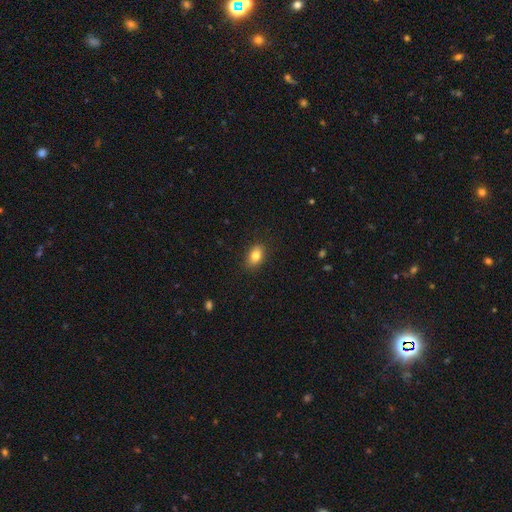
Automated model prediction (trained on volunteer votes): smooth 80%, featured or disk 11%, star or artifact 9%. Down the decision tree: how rounded — in between (81%); merging — none (87%).